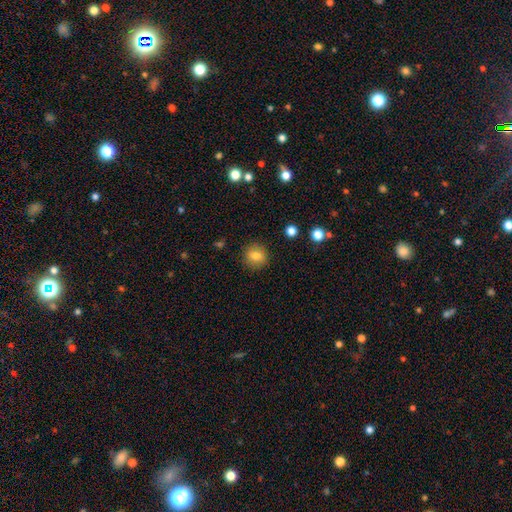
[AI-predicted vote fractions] smooth 81%, star or artifact 10%, featured or disk 9%. Down the decision tree: how rounded — round (85%); merging — none (89%).